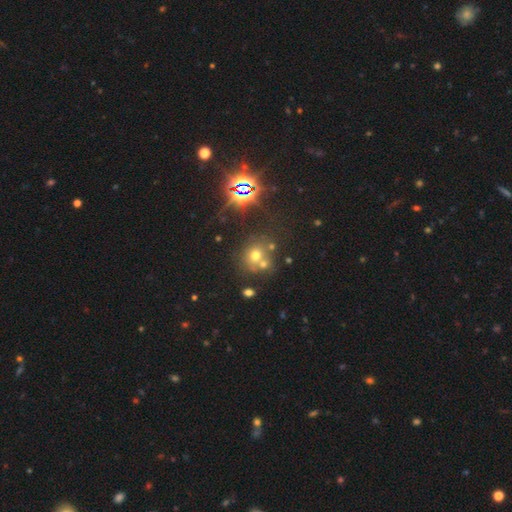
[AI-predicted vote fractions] A smooth galaxy with no disk features (56%) that is round (78%).

Vote fractions:
- Smooth or featured? smooth: 56% / star or artifact: 27% / featured or disk: 17%
- How rounded? round: 78% / in between: 21% / cigar-shaped: 1%
- Merging? none: 50% / merger: 35% / minor disturbance: 10% / major disturbance: 5%